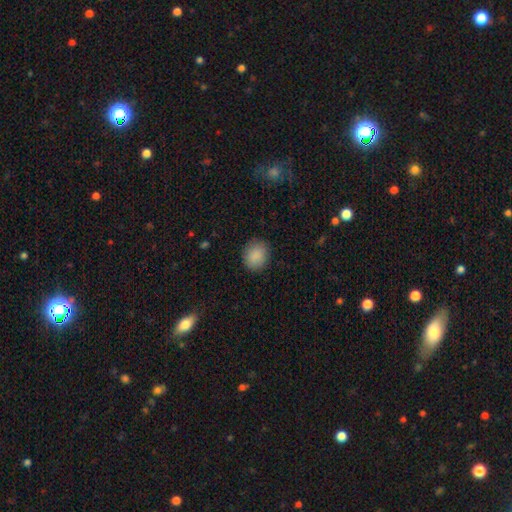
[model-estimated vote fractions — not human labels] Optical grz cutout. It shows a smooth galaxy with no disk features (89%) that is round (70%). Merging: none (87%).